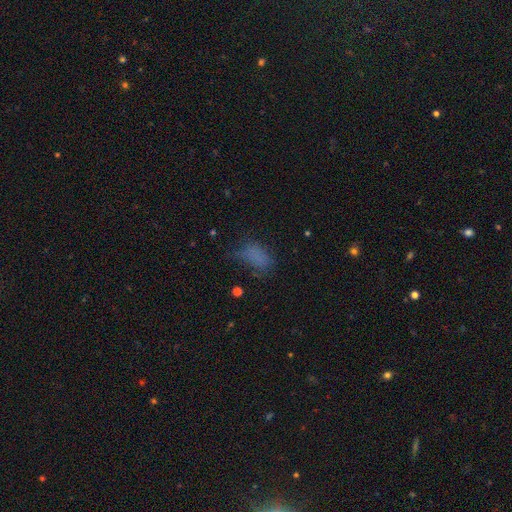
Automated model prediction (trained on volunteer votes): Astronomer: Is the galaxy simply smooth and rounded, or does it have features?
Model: smooth — 70%.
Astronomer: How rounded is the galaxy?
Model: in between — 86%.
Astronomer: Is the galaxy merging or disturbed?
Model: none — 44% (runner-up: minor disturbance, 28%).